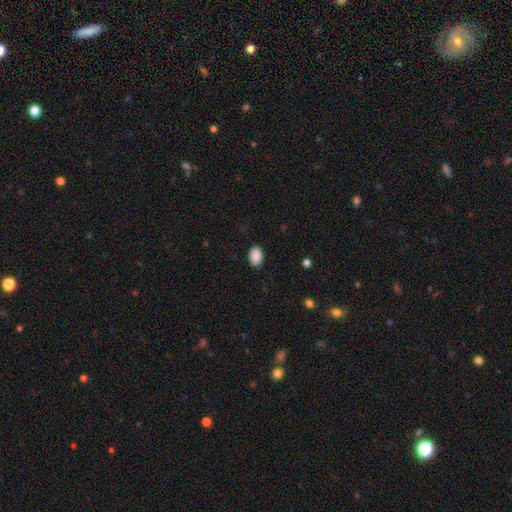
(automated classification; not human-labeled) Smooth or featured: smooth — 90% (star or artifact — 7%)
How rounded: in between — 85% (round — 14%)
Merging: none — 88% (minor disturbance — 9%)